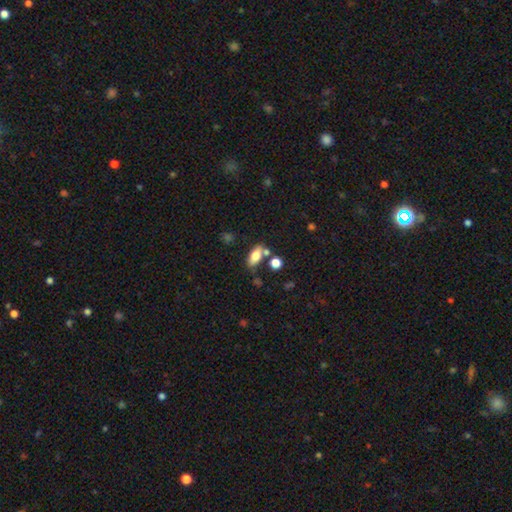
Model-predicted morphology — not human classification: A smooth galaxy with no disk features (73%) that is in between round and cigar-shaped (81%). Merging: none (66%).